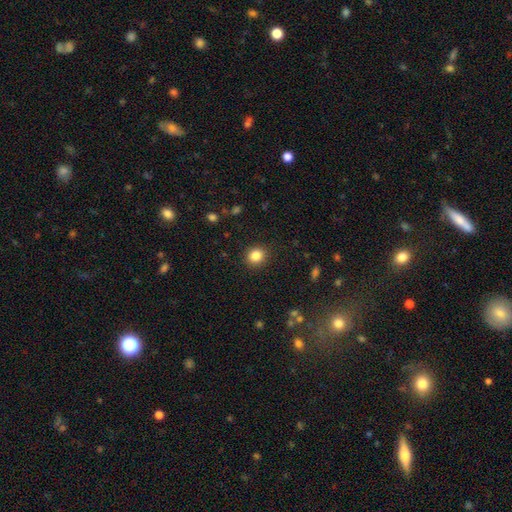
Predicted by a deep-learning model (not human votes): smooth-or-featured: smooth: 85% | star or artifact: 10% | featured or disk: 5%
  how-rounded: round: 78% | in between: 21% | cigar-shaped: 1%
  merging: none: 90% | minor disturbance: 7% | major disturbance: 2% | merger: 1%